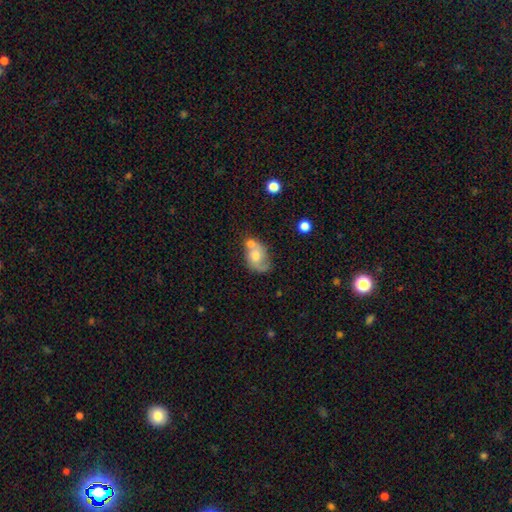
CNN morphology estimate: The model was most divided on "smooth or featured": featured or disk: 47%, smooth: 44%, star or artifact: 9%. Remaining: merging — merger (41%).